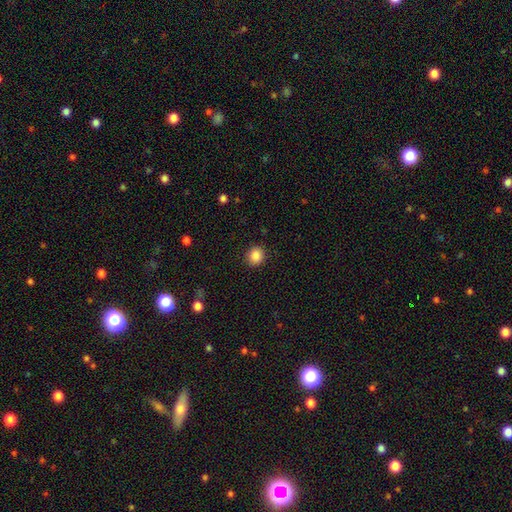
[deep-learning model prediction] A smooth galaxy with no disk features (87%) that is round (83%).

Vote fractions:
- Smooth or featured? smooth: 87% / star or artifact: 10% / featured or disk: 4%
- How rounded? round: 83% / in between: 16% / cigar-shaped: 1%
- Merging? none: 91% / minor disturbance: 6% / major disturbance: 2% / merger: 1%